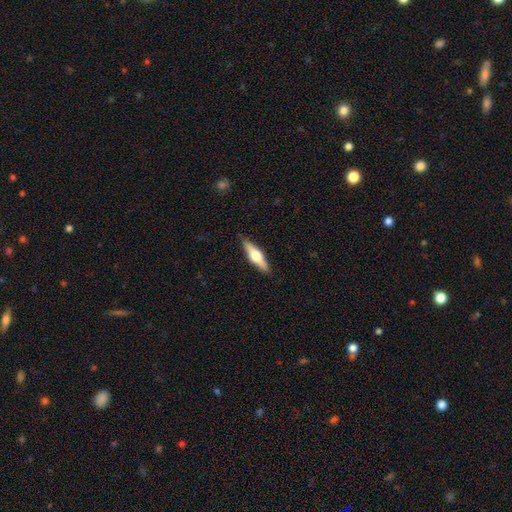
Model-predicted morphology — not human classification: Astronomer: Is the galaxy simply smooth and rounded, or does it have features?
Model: featured or disk — 56% (runner-up: smooth, 39%).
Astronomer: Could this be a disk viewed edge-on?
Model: yes — 96%.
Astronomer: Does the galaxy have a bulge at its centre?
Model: rounded — 94%.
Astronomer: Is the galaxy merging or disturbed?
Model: none — 90%.